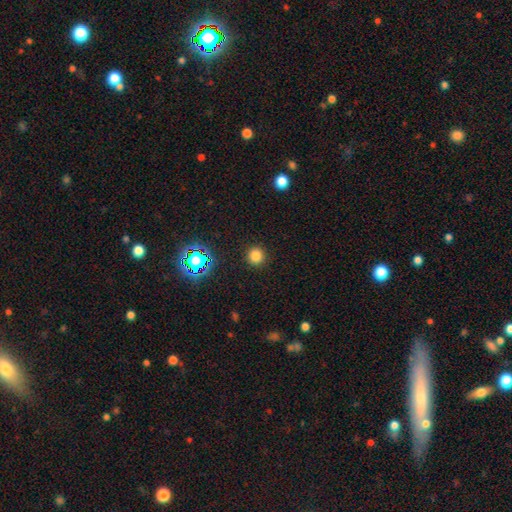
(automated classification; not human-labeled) This is likely a smooth galaxy (78%). How rounded: clearly round (93%). Merging: clearly none (91%).